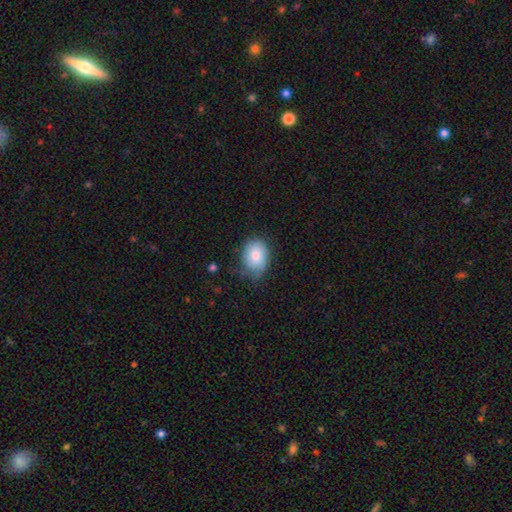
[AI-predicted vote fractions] smooth 78%, featured or disk 14%, star or artifact 7%. Down the decision tree: how rounded — in between (64%); merging — none (54%).